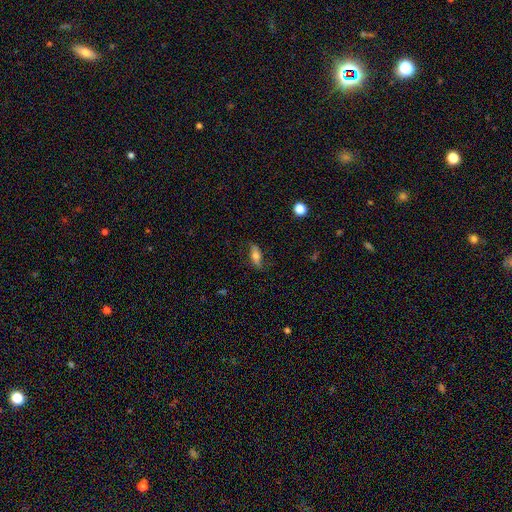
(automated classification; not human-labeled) smooth-or-featured: smooth: 55% | featured or disk: 36% | star or artifact: 9%
  how-rounded: in between: 75% | cigar-shaped: 19% | round: 5%
  merging: none: 73% | minor disturbance: 19% | major disturbance: 7% | merger: 1%